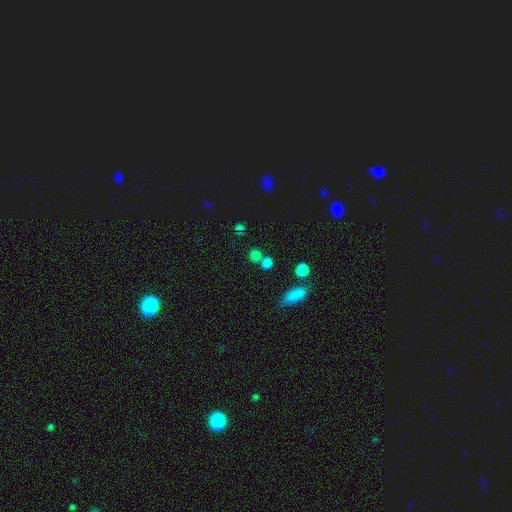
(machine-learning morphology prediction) The model was most divided on "merging": none: 61%, merger: 26%, minor disturbance: 9%, major disturbance: 4%. More confident: how rounded — round (78%); smooth or featured — smooth (75%).